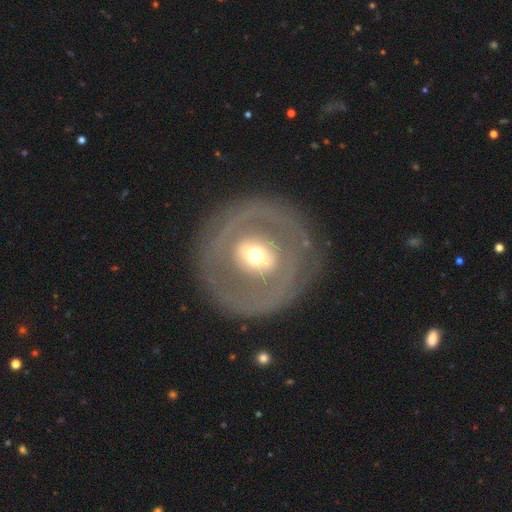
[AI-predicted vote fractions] Smooth or featured? Predicted: featured or disk (p=0.64). Edge-on disk? Predicted: no (p=0.93). Bar? Predicted: no (p=0.48). Spiral arms? Predicted: no (p=0.75). Bulge size? Predicted: moderate (p=0.62). Merging? Predicted: none (p=0.79).